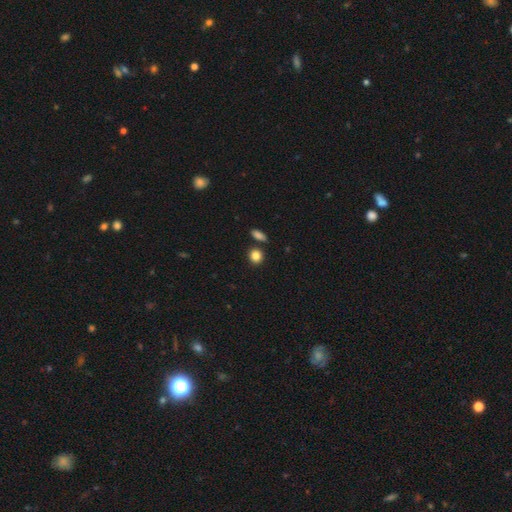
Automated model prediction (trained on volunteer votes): Smooth or featured? smooth (86%)
How rounded? round (78%)
Merging? none (79%)